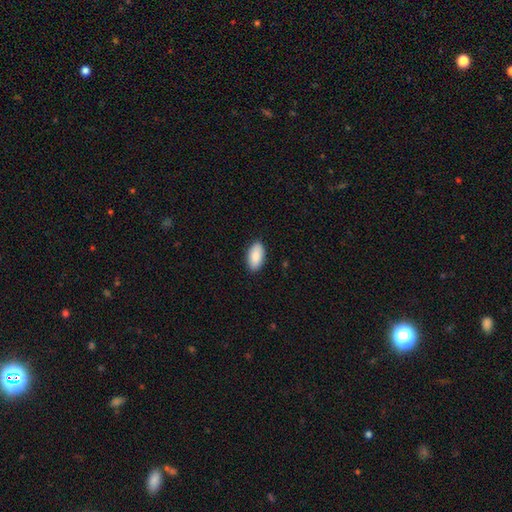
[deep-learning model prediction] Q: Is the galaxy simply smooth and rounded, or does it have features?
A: smooth — 88%.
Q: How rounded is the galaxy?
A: in between — 94%.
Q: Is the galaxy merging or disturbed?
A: none — 89%.